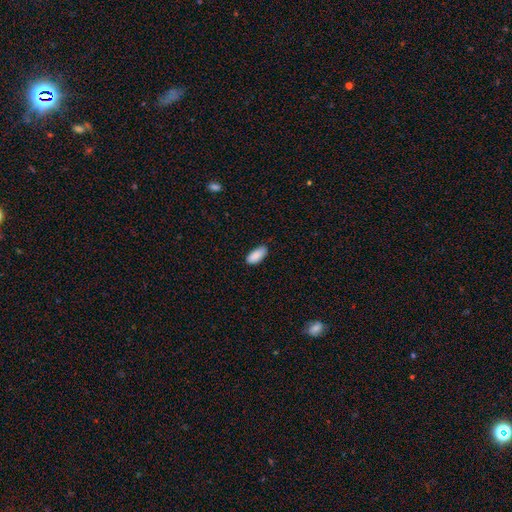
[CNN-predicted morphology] A smooth galaxy with no disk features (89%) that is in between round and cigar-shaped (89%).

Vote fractions:
- Smooth or featured? smooth: 89% / star or artifact: 6% / featured or disk: 5%
- How rounded? in between: 89% / cigar-shaped: 9% / round: 2%
- Merging? none: 82% / minor disturbance: 15% / major disturbance: 2% / merger: 1%